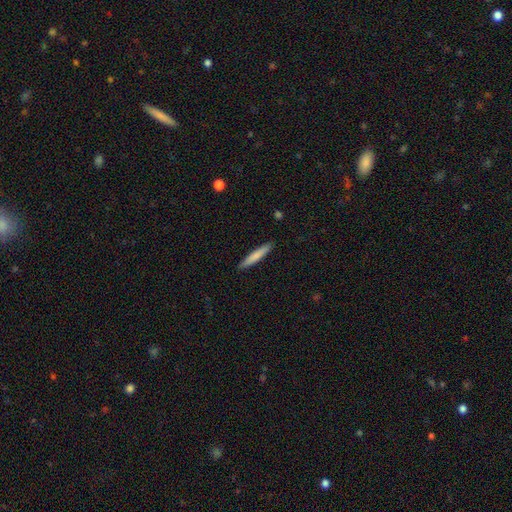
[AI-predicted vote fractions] Smooth or featured?
  - smooth: 76% *
  - featured or disk: 19%
  - star or artifact: 5%
How rounded?
  - cigar-shaped: 94% *
  - in between: 5%
  - round: 1%
Merging?
  - none: 90% *
  - minor disturbance: 7%
  - major disturbance: 1%
  - merger: 1%